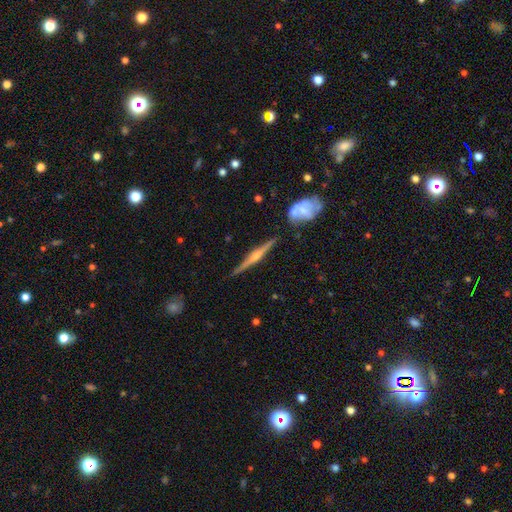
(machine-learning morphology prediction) type=featured or disk (81%); edge-on=yes (98%); edge-on bulge=rounded (84%); merging=none (84%).